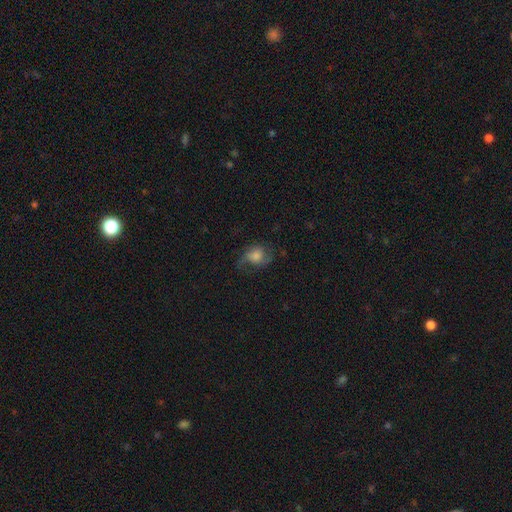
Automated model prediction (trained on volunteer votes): Smooth or featured?
  - featured or disk: 54% *
  - smooth: 35%
  - star or artifact: 12%
Edge-on disk?
  - no: 96% *
  - yes: 4%
Bar?
  - no: 68% *
  - weak: 27%
  - strong: 5%
Spiral arms?
  - yes: 88% *
  - no: 12%
Bulge size?
  - moderate: 33% *
  - large: 31%
  - small: 17%
  - none: 11%
  - dominant: 7%
Merging?
  - none: 59% *
  - minor disturbance: 21%
  - major disturbance: 18%
  - merger: 1%